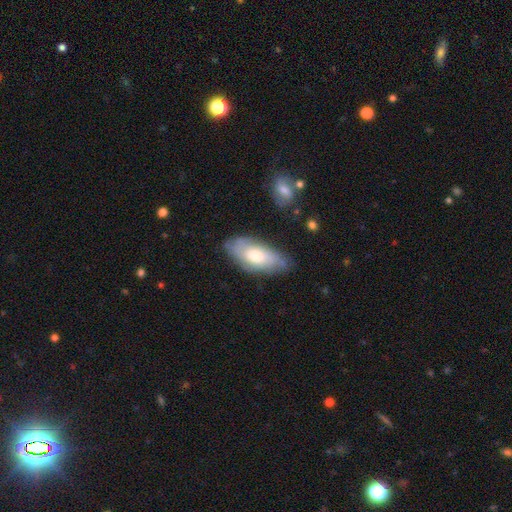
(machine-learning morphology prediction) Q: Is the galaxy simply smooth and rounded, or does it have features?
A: smooth — 58%.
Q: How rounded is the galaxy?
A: in between — 87%.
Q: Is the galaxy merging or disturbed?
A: none — 69%.